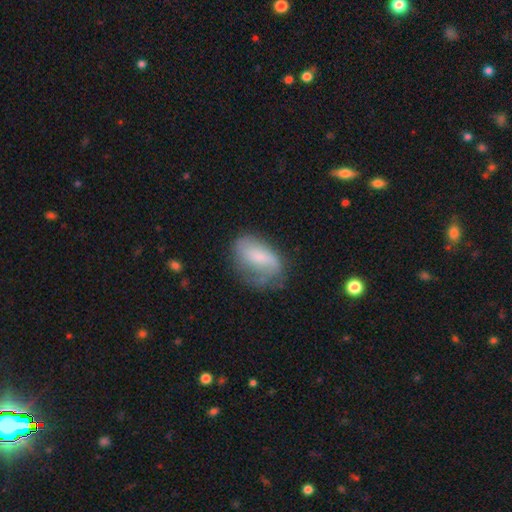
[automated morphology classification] smooth_or_featured: smooth (p=0.53) [alt: featured or disk p=0.38]
how_rounded: in between (p=0.86) [alt: round p=0.10]
merging: none (p=0.48) [alt: minor disturbance p=0.30]